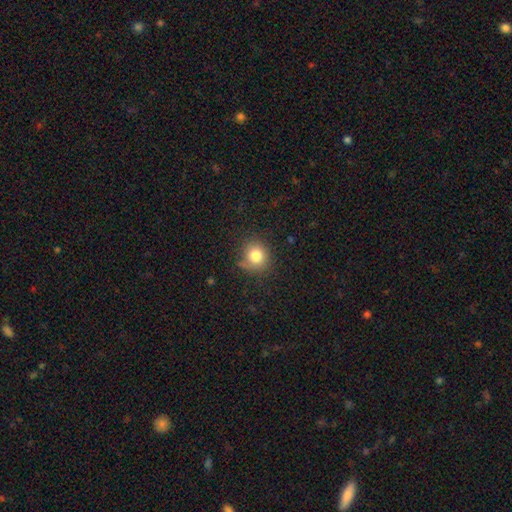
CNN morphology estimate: A smooth galaxy with no disk features (81%) that is round (85%). Merging: none (76%).